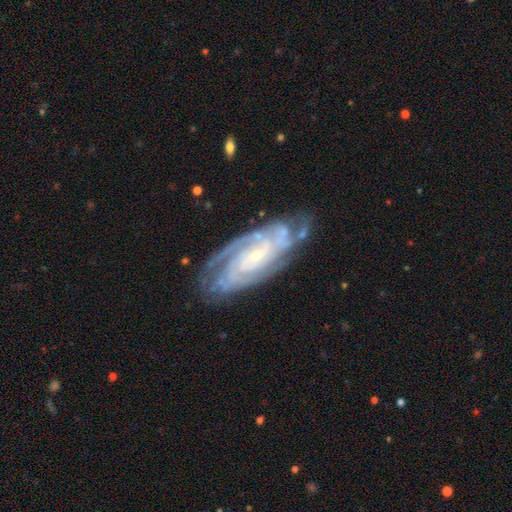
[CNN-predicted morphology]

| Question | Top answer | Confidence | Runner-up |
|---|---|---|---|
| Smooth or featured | featured or disk | 89% | star or artifact (6%) |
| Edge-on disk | no | 94% | yes (6%) |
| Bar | no | 57% | weak (30%) |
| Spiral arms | yes | 98% | no (2%) |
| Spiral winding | tight | 72% | medium (25%) |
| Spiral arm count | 3 | 25% | 4 (22%) |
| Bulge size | small | 77% | moderate (18%) |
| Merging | none | 73% | minor disturbance (19%) |